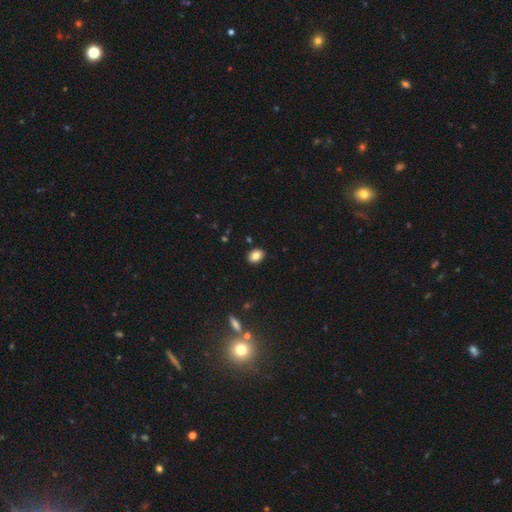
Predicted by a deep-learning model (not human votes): Overall: smooth (83%). How rounded: in between (62%; round 37%). Merging: none (90%).